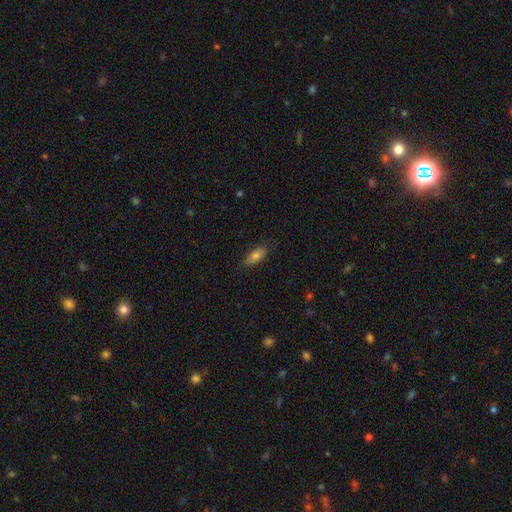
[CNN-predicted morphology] type=smooth (75%); roundness=in between (83%); merging=none (81%).